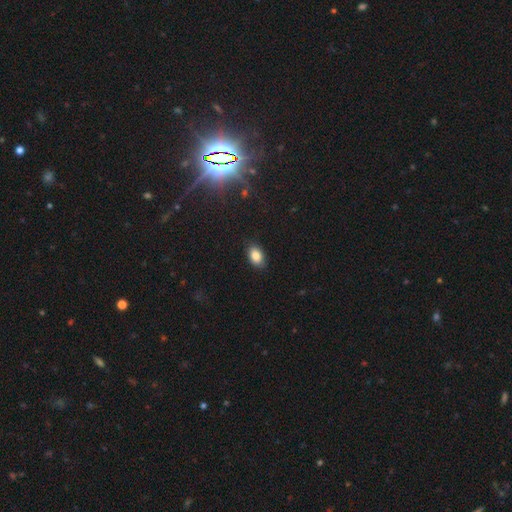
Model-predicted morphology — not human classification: Smooth or featured? Predicted: smooth (p=0.85). How rounded? Predicted: in between (p=0.89). Merging? Predicted: none (p=0.84).